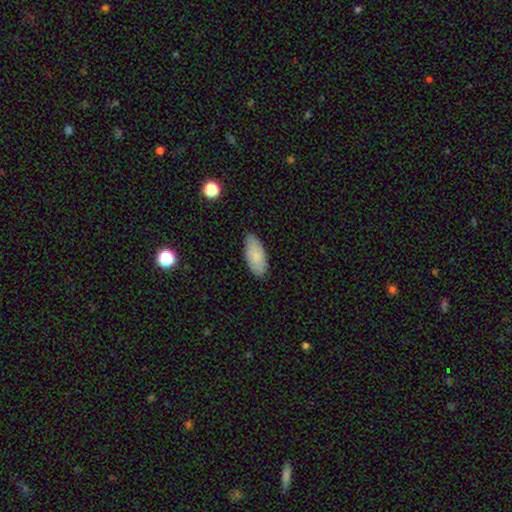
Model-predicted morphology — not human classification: type=smooth (84%); roundness=in between (89%); merging=none (83%).